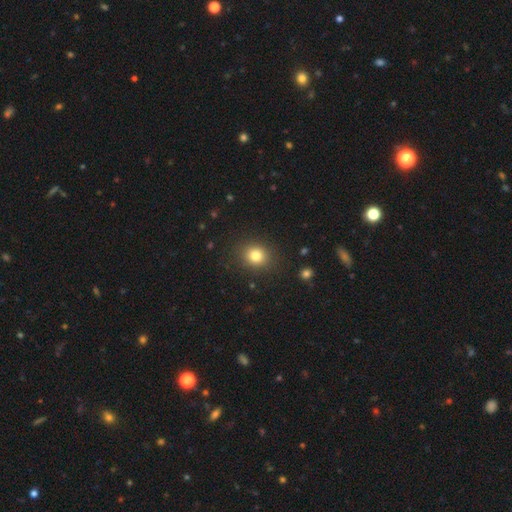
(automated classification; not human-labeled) A smooth galaxy with no disk features (81%) that is round (73%). Merging: none (88%).